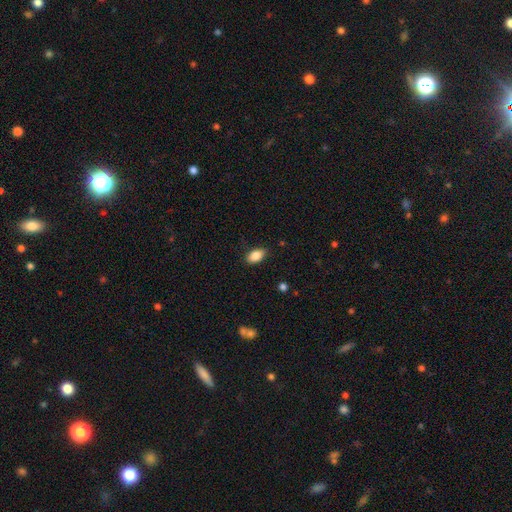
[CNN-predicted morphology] A smooth galaxy with no disk features (85%) that is in between round and cigar-shaped (91%).

Vote fractions:
- Smooth or featured? smooth: 85% / star or artifact: 8% / featured or disk: 7%
- How rounded? in between: 91% / round: 6% / cigar-shaped: 4%
- Merging? none: 82% / minor disturbance: 14% / major disturbance: 3% / merger: 1%